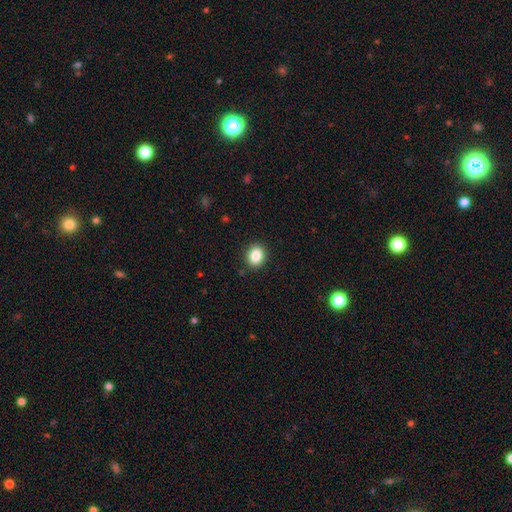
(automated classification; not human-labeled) This appears to be a smooth galaxy with no disk features (86%) that is round (56%). Merging: none (90%).